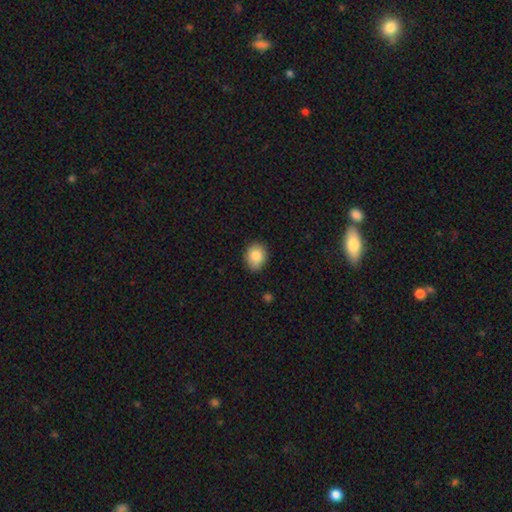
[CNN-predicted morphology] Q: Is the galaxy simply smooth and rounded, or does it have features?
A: smooth — 86%.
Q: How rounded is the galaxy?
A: round — 54%.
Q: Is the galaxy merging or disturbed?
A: none — 83%.